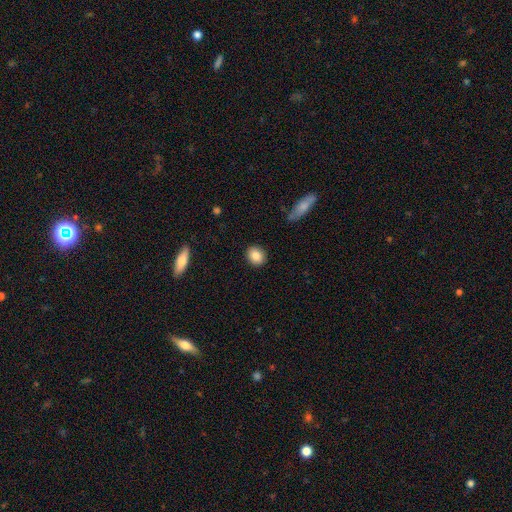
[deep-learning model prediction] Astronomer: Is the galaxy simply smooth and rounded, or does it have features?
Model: smooth — 86%.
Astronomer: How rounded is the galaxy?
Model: round — 66%.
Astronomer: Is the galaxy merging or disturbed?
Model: none — 90%.